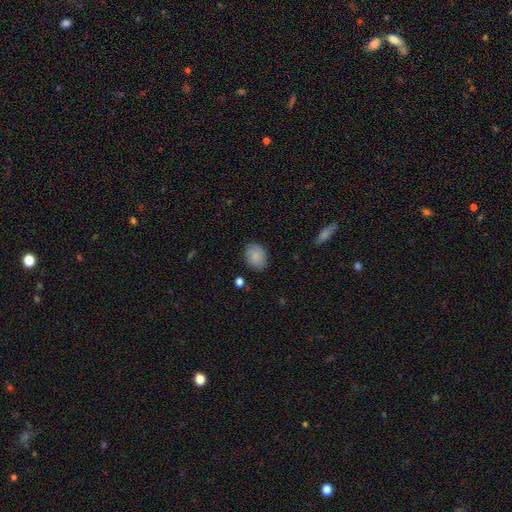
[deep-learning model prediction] Smooth or featured?
  - smooth: 85% *
  - featured or disk: 8%
  - star or artifact: 7%
How rounded?
  - in between: 64% *
  - round: 35%
  - cigar-shaped: 1%
Merging?
  - none: 82% *
  - minor disturbance: 14%
  - major disturbance: 3%
  - merger: 1%